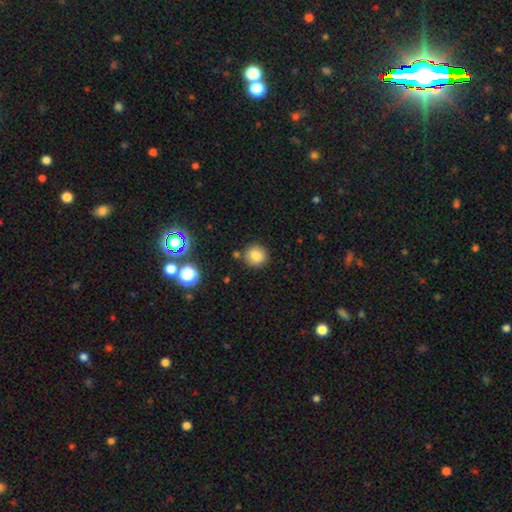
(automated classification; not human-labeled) smooth 80%, star or artifact 12%, featured or disk 7%. Down the decision tree: how rounded — round (91%); merging — none (84%).